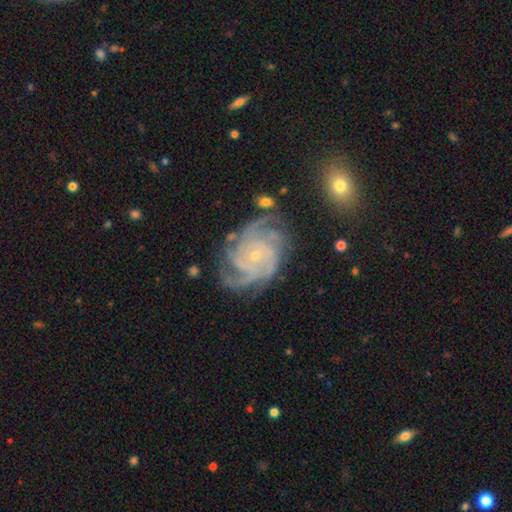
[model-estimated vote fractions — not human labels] Overall: featured or disk (90%). Edge-on disk: no (98%). Bar: no (76%). Spiral arms: yes (98%). Spiral arm count: 4 (39%; 3 23%). Spiral winding: tight (62%; medium 32%). Bulge size: small (83%). Merging: none (68%).